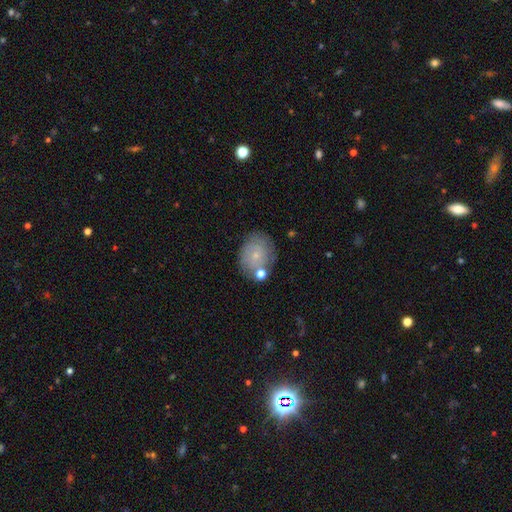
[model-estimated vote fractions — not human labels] Smooth or featured? smooth (57%)
How rounded? round (56%)
Merging? none (66%)